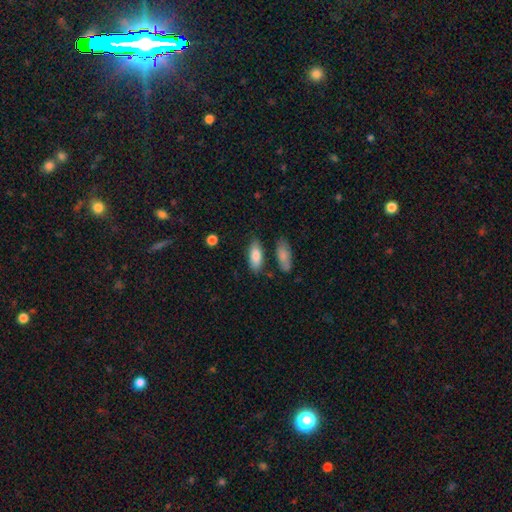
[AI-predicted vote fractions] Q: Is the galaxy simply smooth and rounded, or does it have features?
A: smooth — 84%.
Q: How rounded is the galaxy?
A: in between — 79%.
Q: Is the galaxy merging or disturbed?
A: none — 77%.